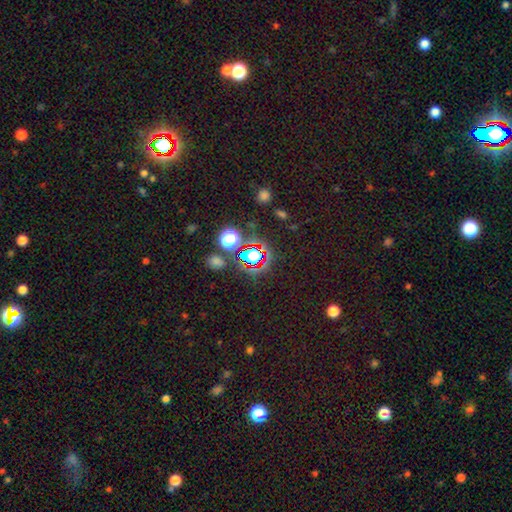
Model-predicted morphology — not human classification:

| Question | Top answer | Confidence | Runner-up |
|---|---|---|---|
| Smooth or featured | star or artifact | 66% | smooth (24%) |